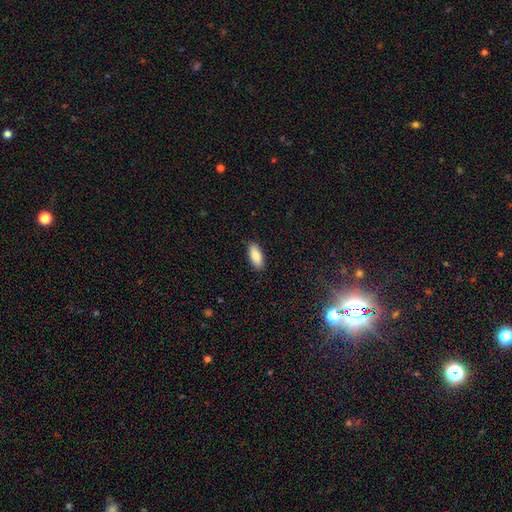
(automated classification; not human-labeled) Smooth or featured: smooth — 88% (star or artifact — 6%)
How rounded: in between — 86% (cigar-shaped — 13%)
Merging: none — 89% (minor disturbance — 8%)